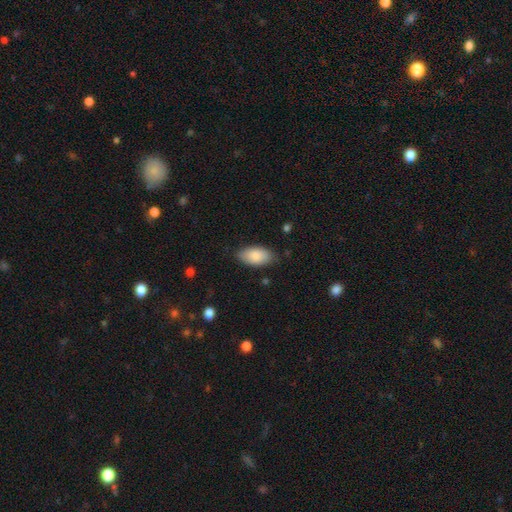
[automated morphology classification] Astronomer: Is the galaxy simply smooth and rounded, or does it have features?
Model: smooth — 86%.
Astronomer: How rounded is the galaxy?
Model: in between — 94%.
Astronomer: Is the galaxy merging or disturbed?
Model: none — 80%.